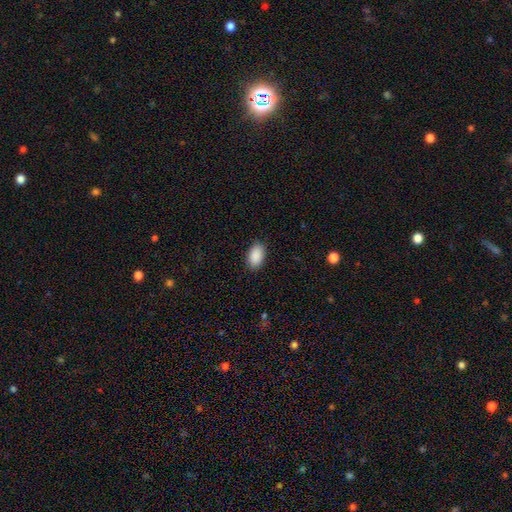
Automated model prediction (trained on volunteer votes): Q: Smooth or featured?
A: smooth (91%); runner-up: star or artifact (7%)
Q: How rounded?
A: in between (93%); runner-up: round (5%)
Q: Merging?
A: none (89%); runner-up: minor disturbance (8%)